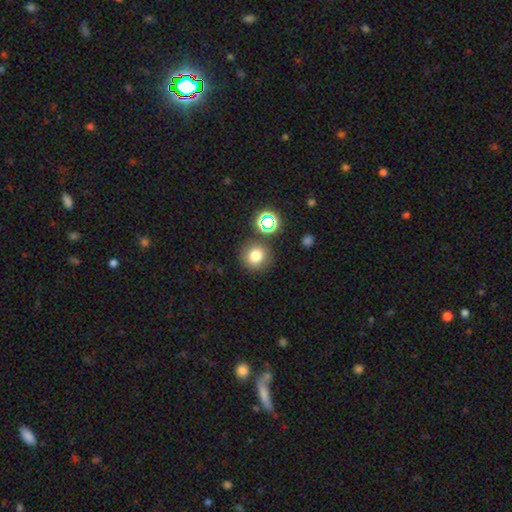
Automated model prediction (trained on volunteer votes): smooth 76%, star or artifact 16%, featured or disk 8%. Down the decision tree: how rounded — round (90%); merging — none (83%).